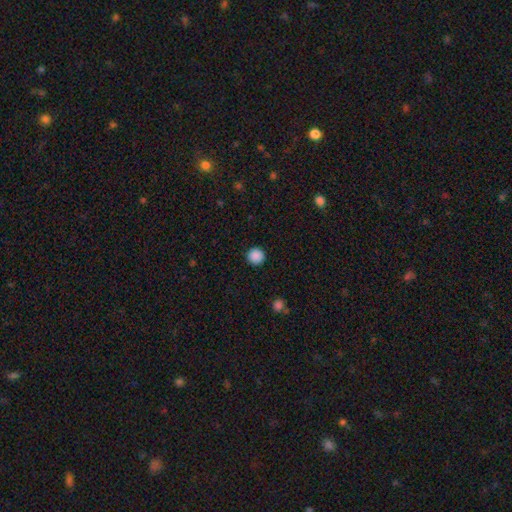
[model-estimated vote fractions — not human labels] smooth_or_featured: smooth (p=0.88) [alt: star or artifact p=0.09]
how_rounded: round (p=0.95) [alt: in between p=0.04]
merging: none (p=0.92) [alt: minor disturbance p=0.05]